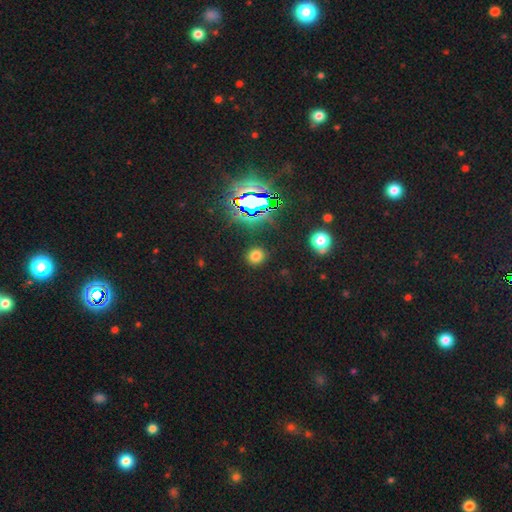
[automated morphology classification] smooth 70%, star or artifact 24%, featured or disk 6%. Down the decision tree: how rounded — round (85%); merging — none (89%).